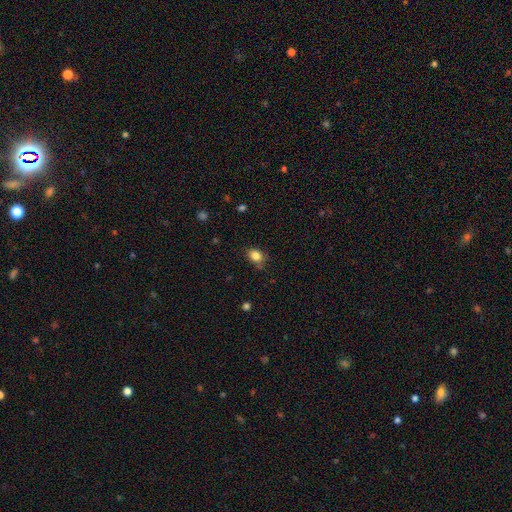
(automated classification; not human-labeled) Morphology: type=smooth (84%); roundness=in between (54%); merging=none (75%).